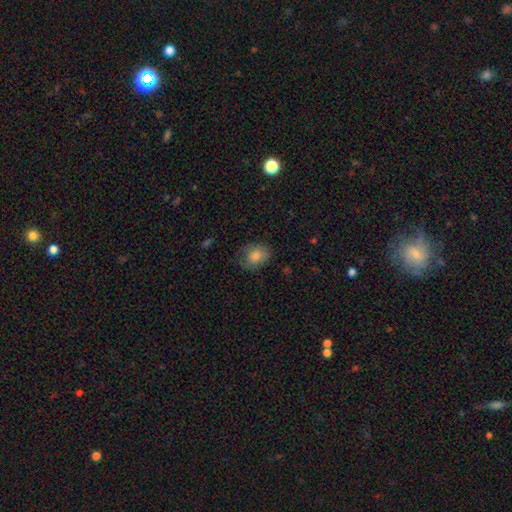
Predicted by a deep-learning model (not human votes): Q: Smooth or featured?
A: smooth (76%); runner-up: featured or disk (13%)
Q: How rounded?
A: in between (58%); runner-up: round (41%)
Q: Merging?
A: none (68%); runner-up: minor disturbance (22%)